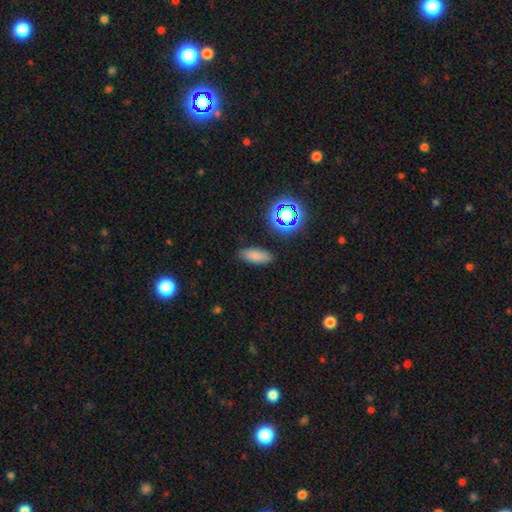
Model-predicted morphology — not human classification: smooth_or_featured: smooth (p=0.76) [alt: star or artifact p=0.15]
how_rounded: in between (p=0.79) [alt: cigar-shaped p=0.17]
merging: none (p=0.85) [alt: minor disturbance p=0.10]